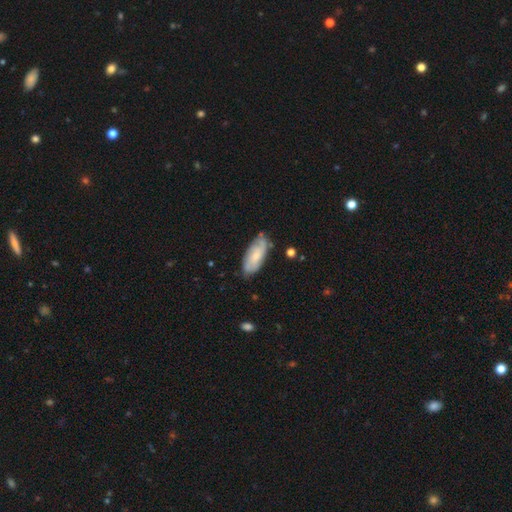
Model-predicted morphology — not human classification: smooth 52%, featured or disk 42%, star or artifact 6%. Down the decision tree: how rounded — in between (82%); merging — none (71%).